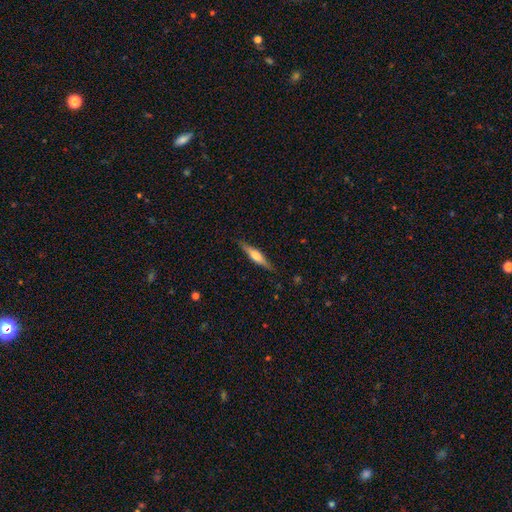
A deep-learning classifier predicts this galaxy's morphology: The model was most divided on "smooth or featured": featured or disk: 56%, smooth: 38%, star or artifact: 6%. More confident: edge-on disk — yes (96%); merging — none (87%); edge-on bulge — rounded (83%).